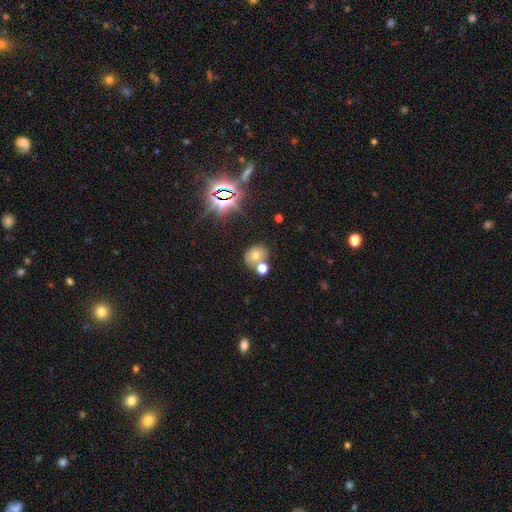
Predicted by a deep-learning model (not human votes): A smooth galaxy with no disk features (49%).

Vote fractions:
- Smooth or featured? smooth: 49% / star or artifact: 32% / featured or disk: 19%
- Merging? none: 59% / merger: 25% / minor disturbance: 11% / major disturbance: 4%